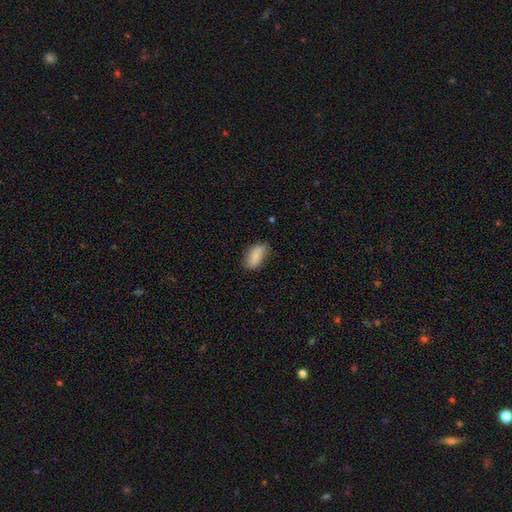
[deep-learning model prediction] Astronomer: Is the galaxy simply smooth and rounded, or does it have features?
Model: smooth — 84%.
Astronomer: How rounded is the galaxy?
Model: in between — 89%.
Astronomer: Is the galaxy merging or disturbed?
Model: none — 69%.